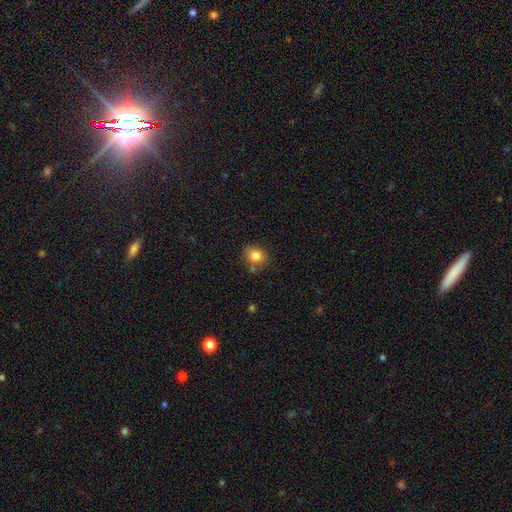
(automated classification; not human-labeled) smooth-or-featured: smooth: 82% | star or artifact: 10% | featured or disk: 7%
  how-rounded: round: 64% | in between: 35% | cigar-shaped: 1%
  merging: none: 67% | minor disturbance: 20% | merger: 8% | major disturbance: 4%